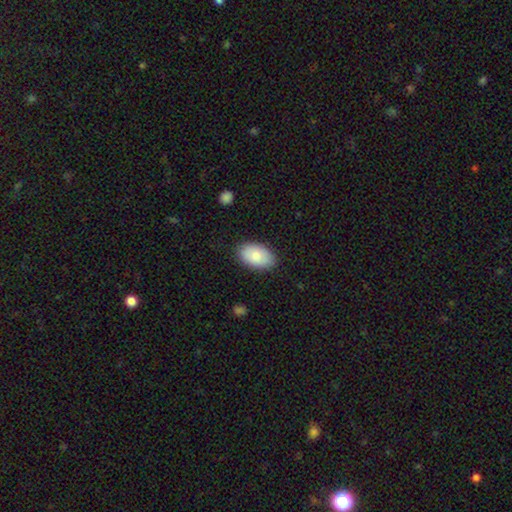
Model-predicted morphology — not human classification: Overall: smooth (82%). How rounded: in between (93%). Merging: none (85%).